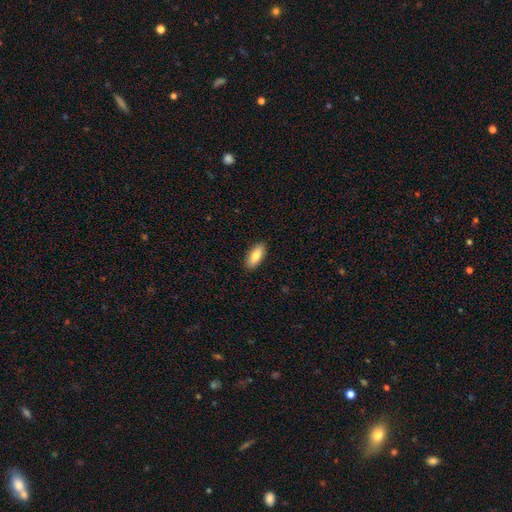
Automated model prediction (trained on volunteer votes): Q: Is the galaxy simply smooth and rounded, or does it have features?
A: smooth — 81%.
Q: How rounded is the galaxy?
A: in between — 85%.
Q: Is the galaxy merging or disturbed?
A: none — 90%.